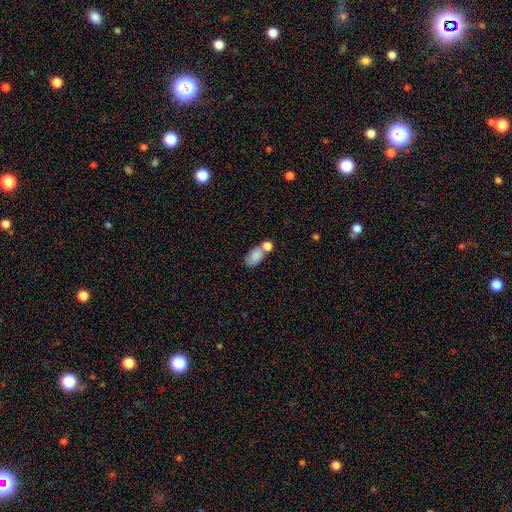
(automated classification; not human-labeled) smooth 83%, featured or disk 9%, star or artifact 8%. Down the decision tree: how rounded — in between (89%); merging — merger (41%).